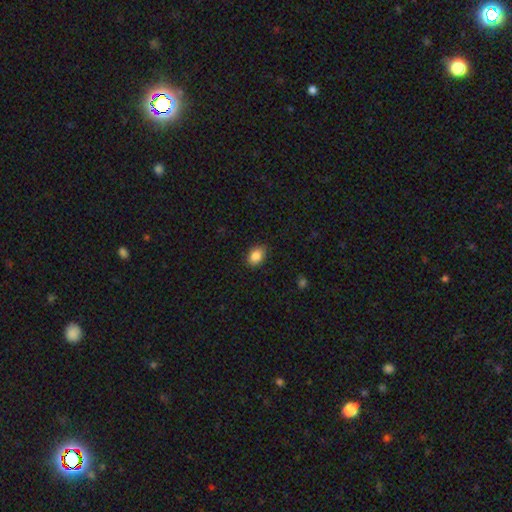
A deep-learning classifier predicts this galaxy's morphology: This appears to be a smooth galaxy with no disk features (86%) that is in between round and cigar-shaped (74%). Merging: none (84%).